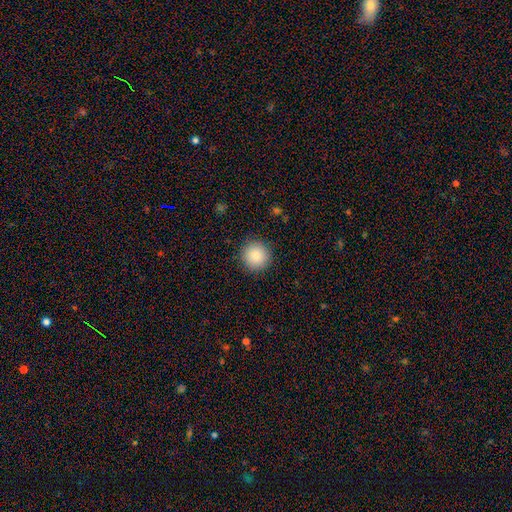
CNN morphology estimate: This appears to be a smooth galaxy with no disk features (86%) that is round (95%). Merging: none (91%).